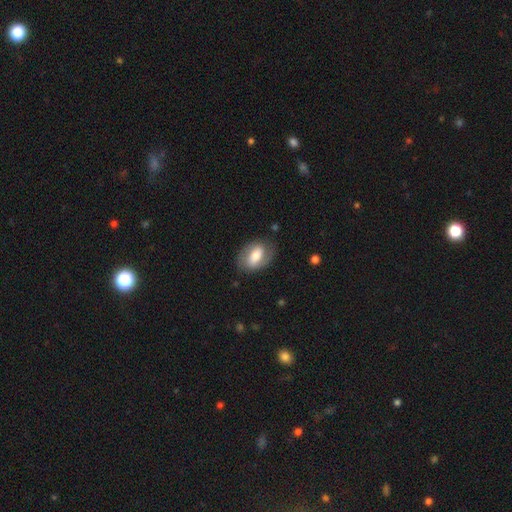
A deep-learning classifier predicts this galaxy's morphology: Q: Smooth or featured?
A: smooth (49%); runner-up: featured or disk (45%)
Q: Merging?
A: none (77%); runner-up: minor disturbance (15%)